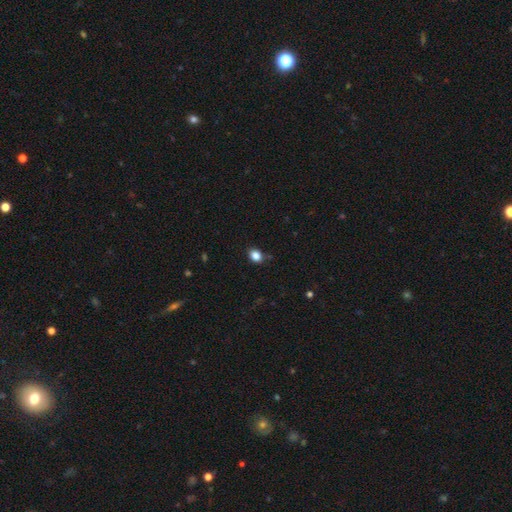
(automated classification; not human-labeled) Smooth or featured?
  - smooth: 85% *
  - star or artifact: 11%
  - featured or disk: 4%
How rounded?
  - in between: 53% *
  - round: 46%
  - cigar-shaped: 1%
Merging?
  - none: 80% *
  - minor disturbance: 15%
  - major disturbance: 3%
  - merger: 2%